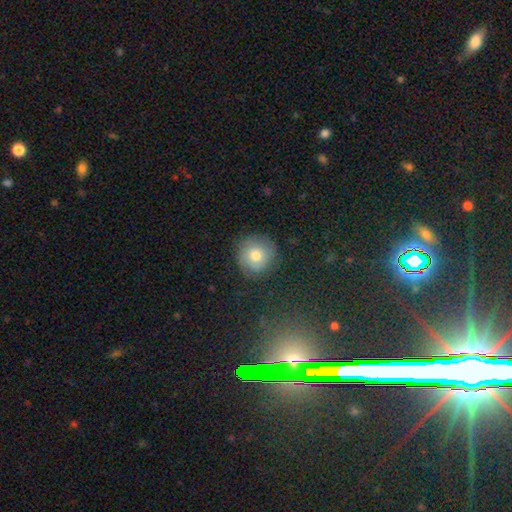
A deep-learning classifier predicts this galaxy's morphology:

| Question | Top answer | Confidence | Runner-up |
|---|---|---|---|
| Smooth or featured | smooth | 68% | featured or disk (21%) |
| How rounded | round | 92% | in between (7%) |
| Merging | none | 82% | minor disturbance (12%) |